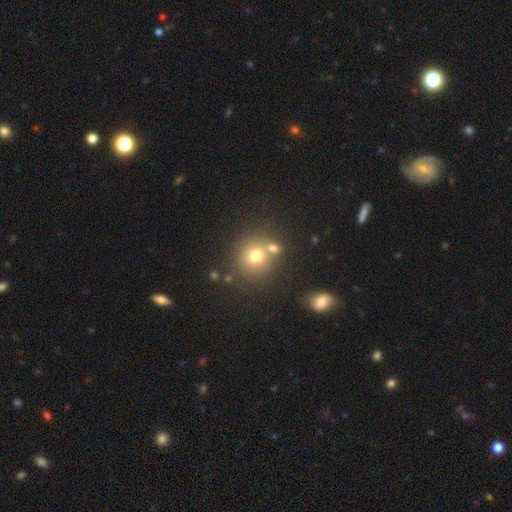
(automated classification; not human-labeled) This appears to be a smooth galaxy with no disk features (73%) that is round (86%). Merging: none (60%).